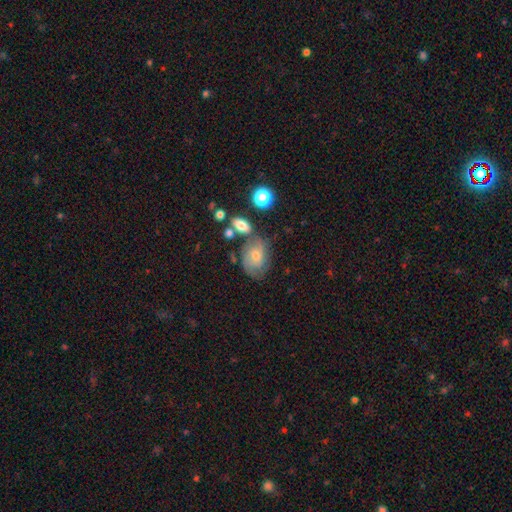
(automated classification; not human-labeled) A smooth galaxy with no disk features (47%). Merging: none (48%).